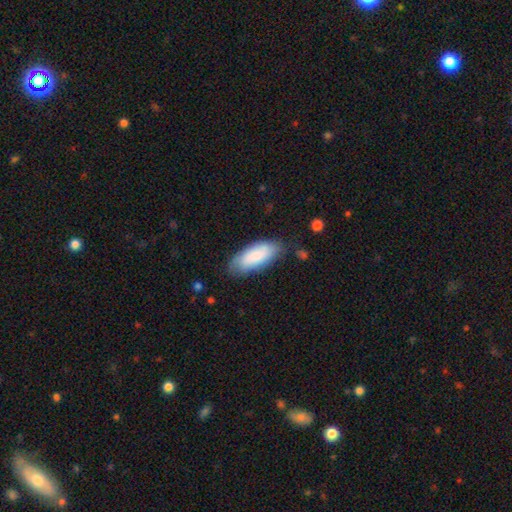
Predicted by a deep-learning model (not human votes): Overall: smooth (79%). How rounded: in between (83%). Merging: none (74%).